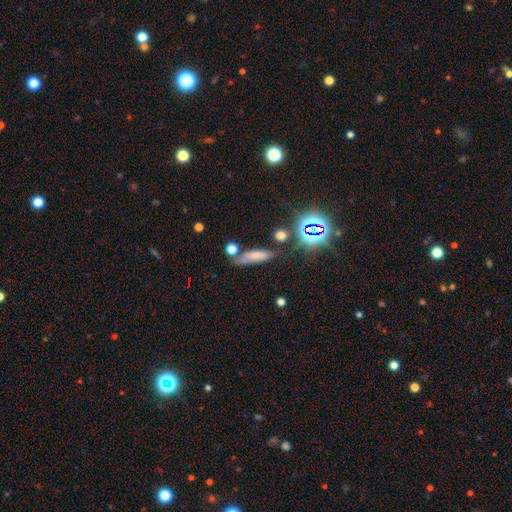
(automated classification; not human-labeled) Smooth or featured? Predicted: smooth (p=0.62). How rounded? Predicted: cigar-shaped (p=0.55). Merging? Predicted: none (p=0.62).